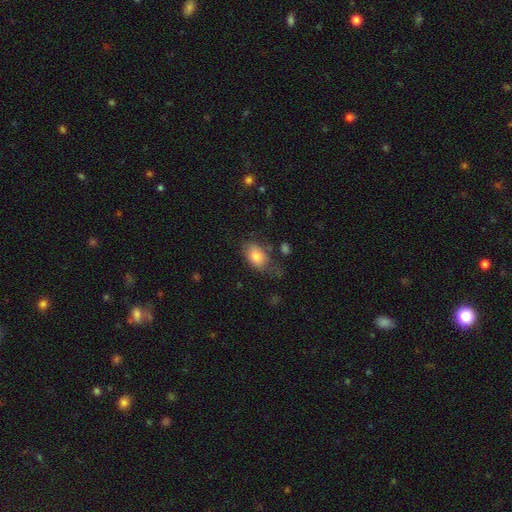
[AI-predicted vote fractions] smooth 80%, featured or disk 12%, star or artifact 8%. Down the decision tree: how rounded — in between (88%); merging — none (55%).